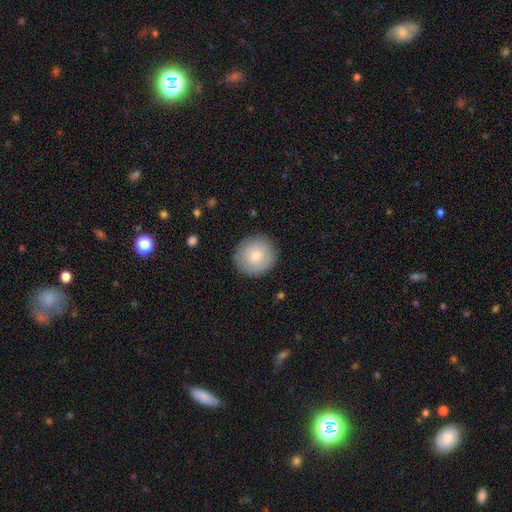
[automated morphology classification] Overall: smooth (81%). How rounded: round (93%). Merging: none (89%).